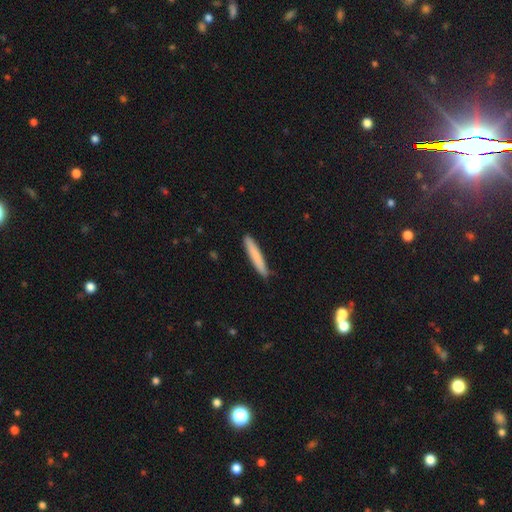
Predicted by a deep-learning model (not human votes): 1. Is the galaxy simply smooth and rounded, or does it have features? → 79% smooth, 16% featured or disk, 6% star or artifact.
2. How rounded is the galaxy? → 94% cigar-shaped, 5% in between, 1% round.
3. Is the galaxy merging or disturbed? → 89% none, 8% minor disturbance, 1% major disturbance, 1% merger.